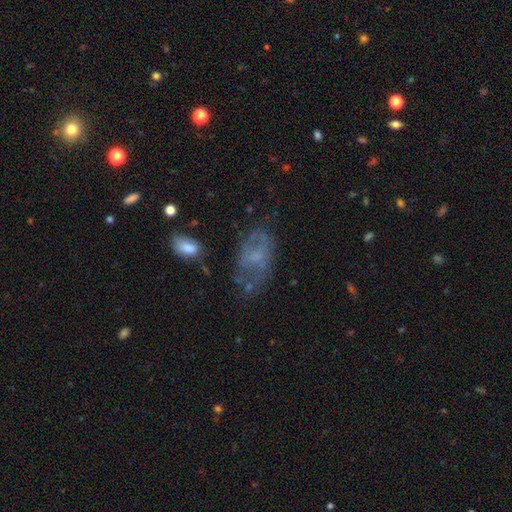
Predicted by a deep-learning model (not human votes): A featured or disk galaxy (51%).

Vote fractions:
- Smooth or featured? featured or disk: 51% / smooth: 37% / star or artifact: 12%
- Edge-on disk? no: 95% / yes: 5%
- Merging? none: 46% / minor disturbance: 25% / major disturbance: 23% / merger: 5%